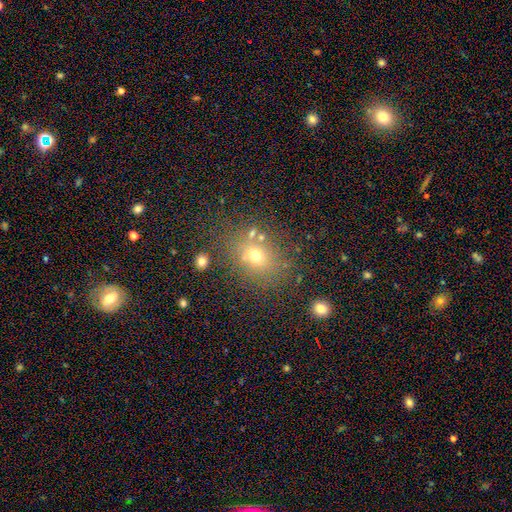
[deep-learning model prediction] Smooth or featured?
  - smooth: 64% *
  - star or artifact: 20%
  - featured or disk: 16%
How rounded?
  - in between: 52% *
  - round: 46%
  - cigar-shaped: 2%
Merging?
  - none: 72% *
  - minor disturbance: 13%
  - merger: 8%
  - major disturbance: 7%